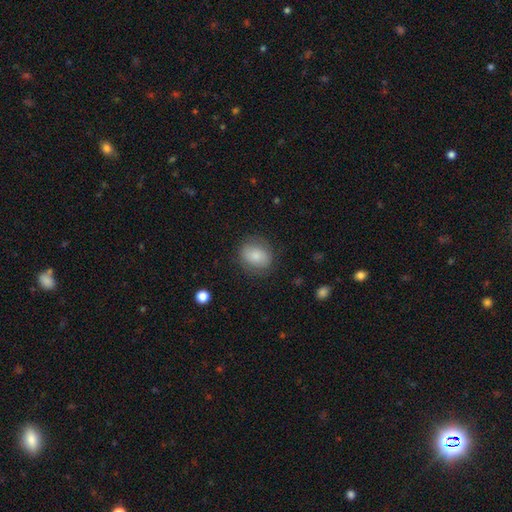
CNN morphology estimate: This is likely a smooth galaxy (78%). How rounded: possibly round (59%). Merging: likely none (77%).